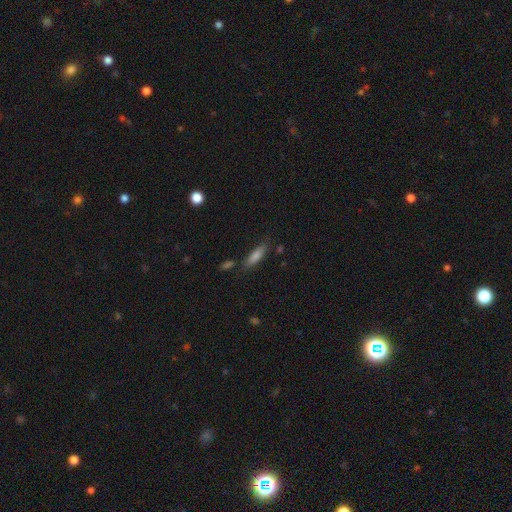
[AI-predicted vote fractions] A smooth galaxy with no disk features (78%) that is cigar-shaped (65%). Merging: none (75%).